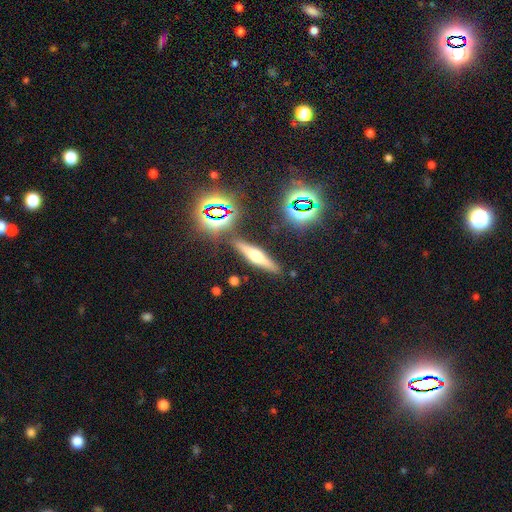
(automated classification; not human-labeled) smooth-or-featured: featured or disk: 54% | smooth: 32% | star or artifact: 14%
  disk-edge-on: yes: 94% | no: 6%
    edge-on-bulge: rounded: 90% | boxy: 6% | none: 3%
  merging: none: 86% | minor disturbance: 8% | merger: 4% | major disturbance: 2%